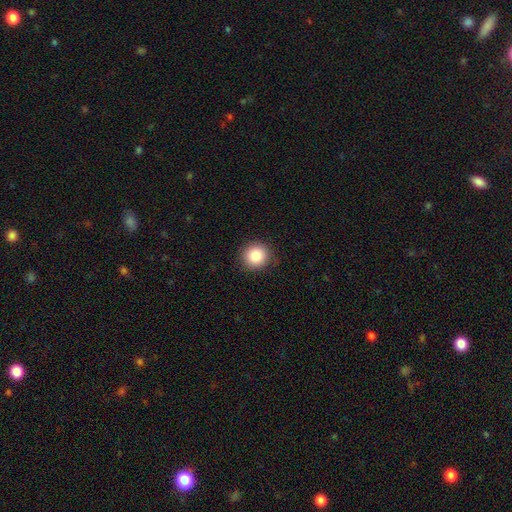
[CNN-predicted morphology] Smooth or featured: smooth — 86% (star or artifact — 9%)
How rounded: round — 93% (in between — 6%)
Merging: none — 90% (minor disturbance — 7%)